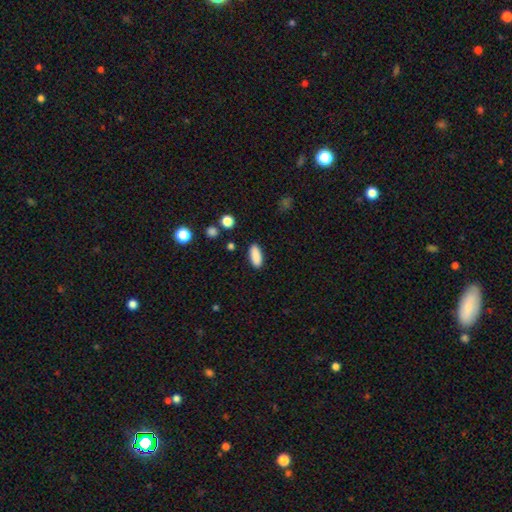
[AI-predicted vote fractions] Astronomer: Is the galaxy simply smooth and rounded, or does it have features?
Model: smooth — 89%.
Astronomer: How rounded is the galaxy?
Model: in between — 76%.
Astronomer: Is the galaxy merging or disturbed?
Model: none — 89%.